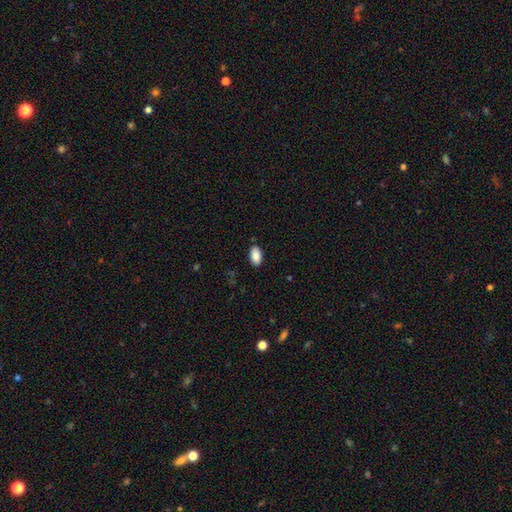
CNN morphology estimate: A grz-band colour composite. It shows a smooth galaxy with no disk features (89%) that is in between round and cigar-shaped (94%). Merging: none (87%).